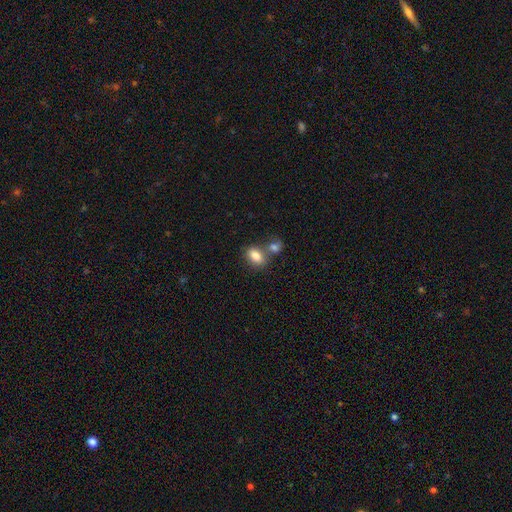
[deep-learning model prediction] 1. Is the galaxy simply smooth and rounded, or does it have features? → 82% smooth, 9% featured or disk, 9% star or artifact.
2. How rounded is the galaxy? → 83% in between, 14% round, 2% cigar-shaped.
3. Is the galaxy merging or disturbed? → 49% none, 36% merger, 11% minor disturbance, 4% major disturbance.